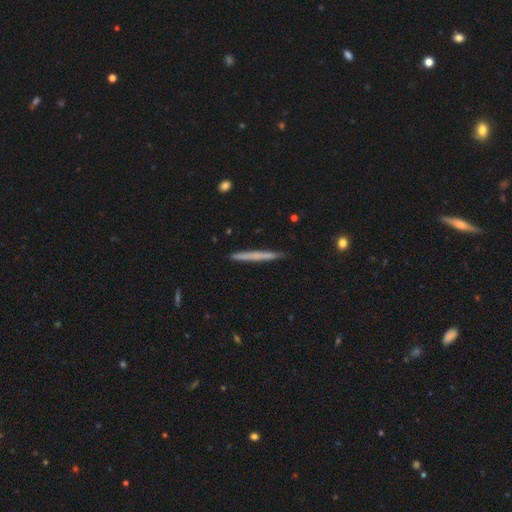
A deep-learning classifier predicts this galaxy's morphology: type=smooth (57%); roundness=cigar-shaped (97%); merging=none (91%).